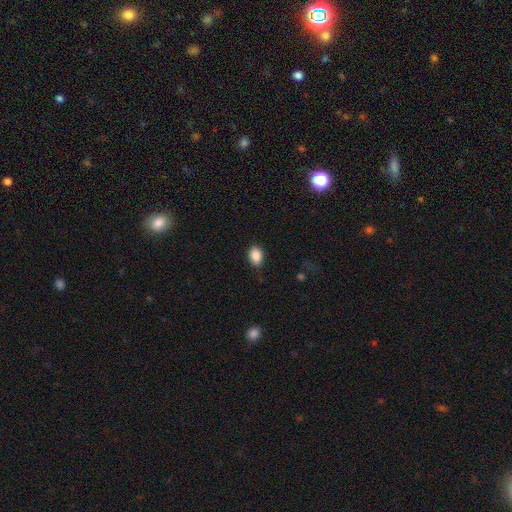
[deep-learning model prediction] Smooth or featured? Predicted: smooth (p=0.88). How rounded? Predicted: in between (p=0.78). Merging? Predicted: none (p=0.84).